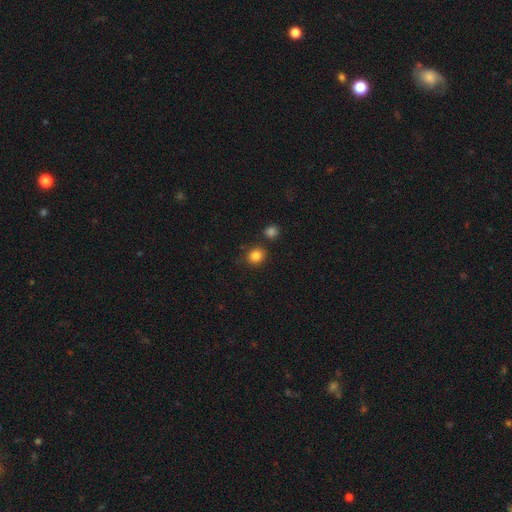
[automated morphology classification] smooth 85%, star or artifact 11%, featured or disk 4%. Down the decision tree: how rounded — round (80%); merging — none (80%).